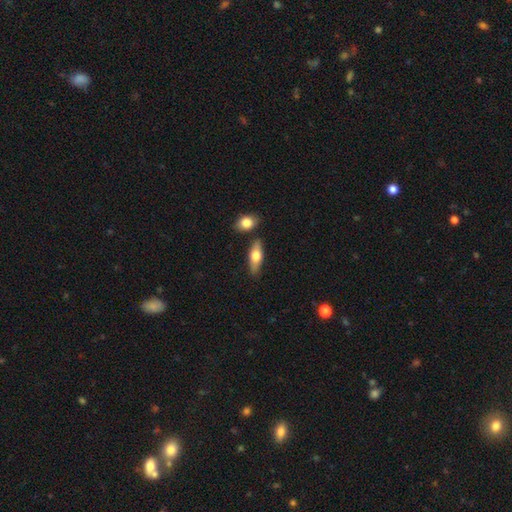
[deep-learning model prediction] Smooth or featured? smooth (62%)
How rounded? in between (63%)
Merging? none (78%)